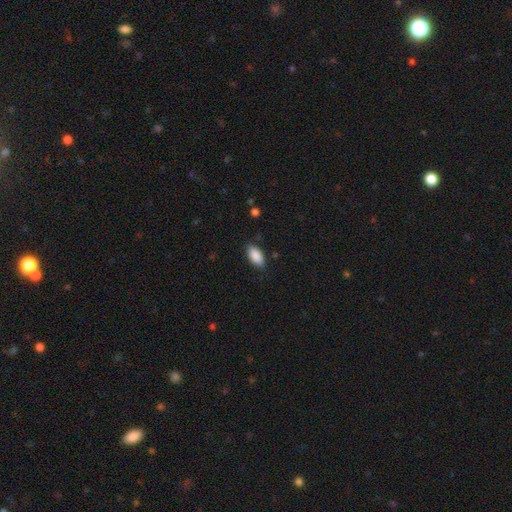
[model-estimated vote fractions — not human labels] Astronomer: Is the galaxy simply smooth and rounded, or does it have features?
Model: smooth — 89%.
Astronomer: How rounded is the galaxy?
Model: in between — 92%.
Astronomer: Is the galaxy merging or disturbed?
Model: none — 84%.